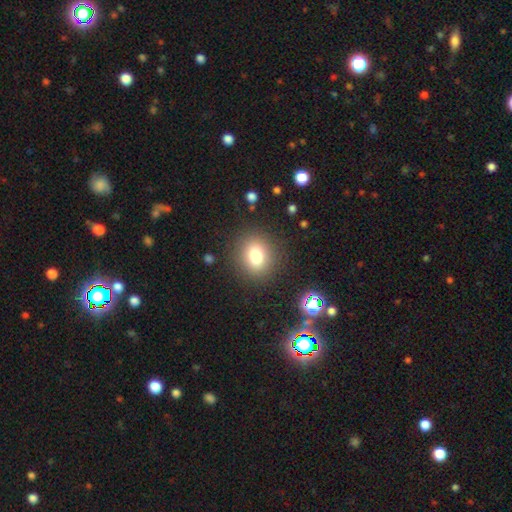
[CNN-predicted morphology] Overall: smooth (77%). How rounded: round (67%; in between 32%). Merging: none (87%).